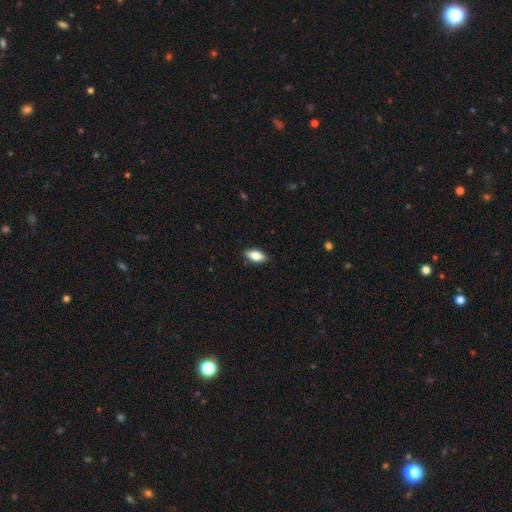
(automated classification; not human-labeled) Smooth or featured?
  - smooth: 83% *
  - featured or disk: 10%
  - star or artifact: 7%
How rounded?
  - in between: 88% *
  - cigar-shaped: 9%
  - round: 3%
Merging?
  - none: 88% *
  - minor disturbance: 10%
  - major disturbance: 2%
  - merger: 1%